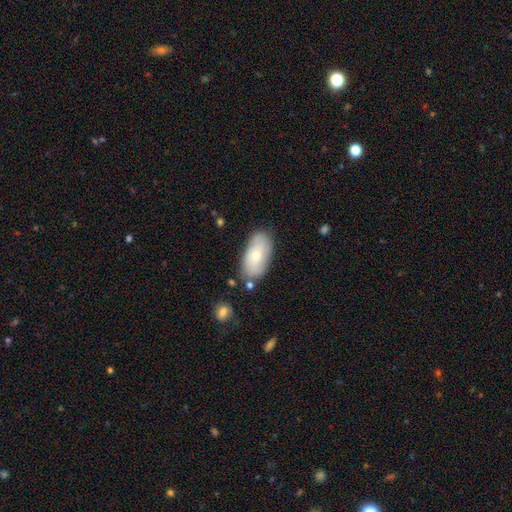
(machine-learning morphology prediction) Smooth or featured: smooth — 62% (featured or disk — 32%)
How rounded: in between — 93% (round — 4%)
Merging: none — 74% (minor disturbance — 18%)